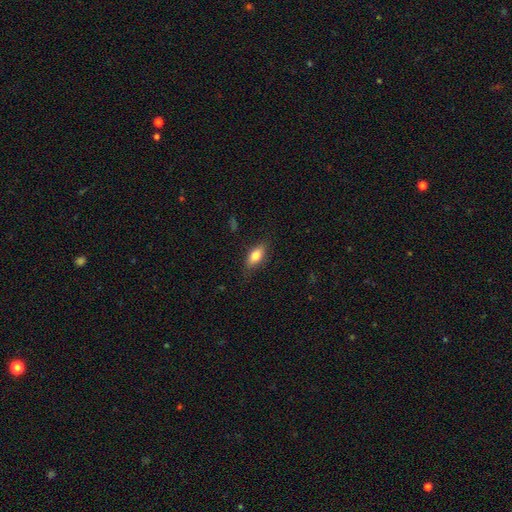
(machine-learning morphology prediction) A smooth galaxy with no disk features (76%) that is in between round and cigar-shaped (82%). Merging: none (80%).